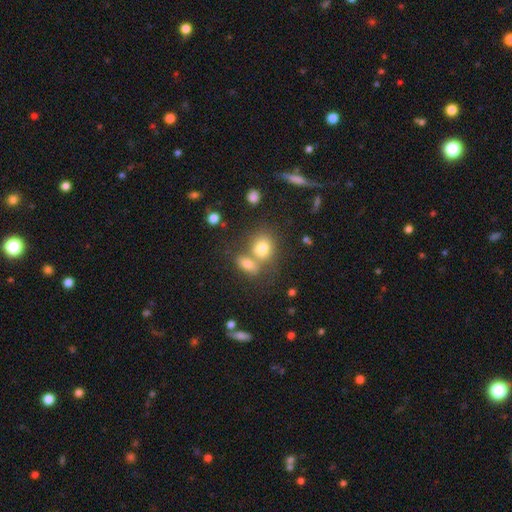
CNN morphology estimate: smooth 64%, star or artifact 19%, featured or disk 17%. Down the decision tree: how rounded — round (53%); merging — merger (49%).